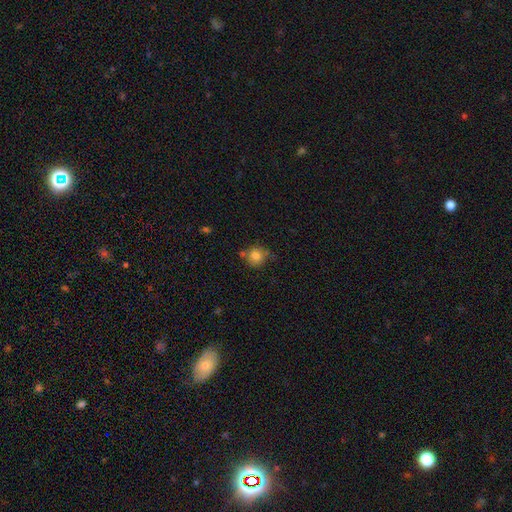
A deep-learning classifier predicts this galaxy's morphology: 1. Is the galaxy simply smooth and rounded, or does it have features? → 81% smooth, 10% star or artifact, 9% featured or disk.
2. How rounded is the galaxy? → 87% round, 12% in between, 1% cigar-shaped.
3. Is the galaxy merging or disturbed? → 63% none, 22% minor disturbance, 9% merger, 5% major disturbance.